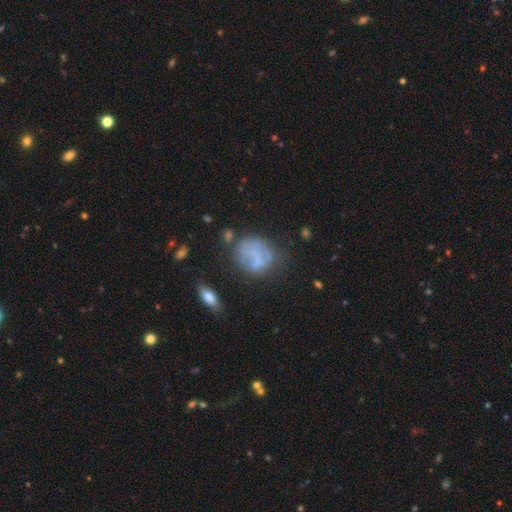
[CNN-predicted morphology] Smooth or featured?
  - smooth: 49% *
  - featured or disk: 38%
  - star or artifact: 13%
Merging?
  - none: 46% *
  - minor disturbance: 25%
  - major disturbance: 20%
  - merger: 10%